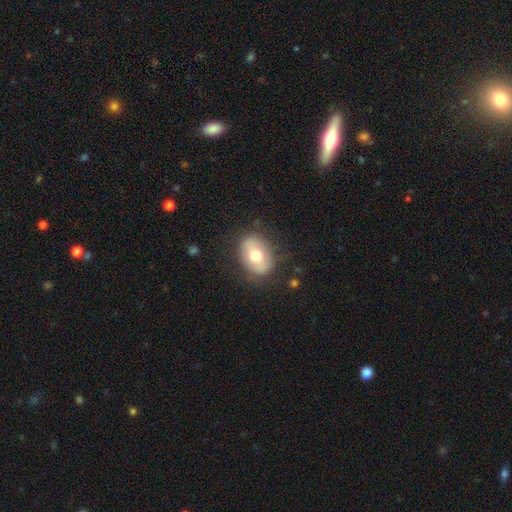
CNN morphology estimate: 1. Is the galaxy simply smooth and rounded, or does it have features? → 57% smooth, 36% featured or disk, 7% star or artifact.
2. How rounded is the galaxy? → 71% in between, 28% round, 1% cigar-shaped.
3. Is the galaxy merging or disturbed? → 80% none, 14% minor disturbance, 5% major disturbance, 1% merger.